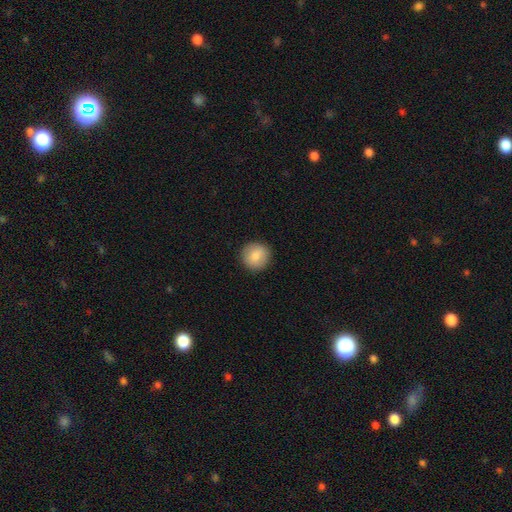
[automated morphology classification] Smooth or featured? Predicted: smooth (p=0.83). How rounded? Predicted: round (p=0.93). Merging? Predicted: none (p=0.91).